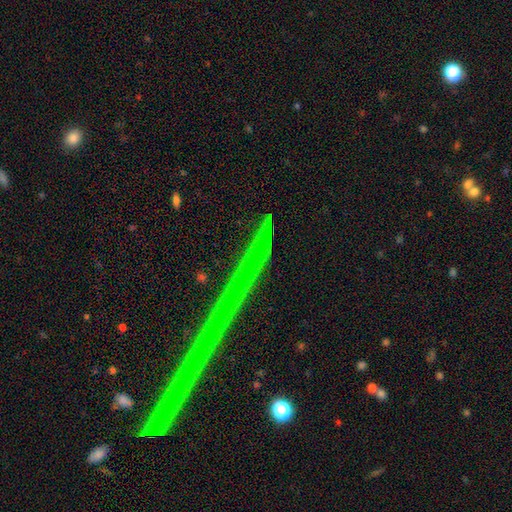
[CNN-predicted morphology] Overall: star or artifact (79%).